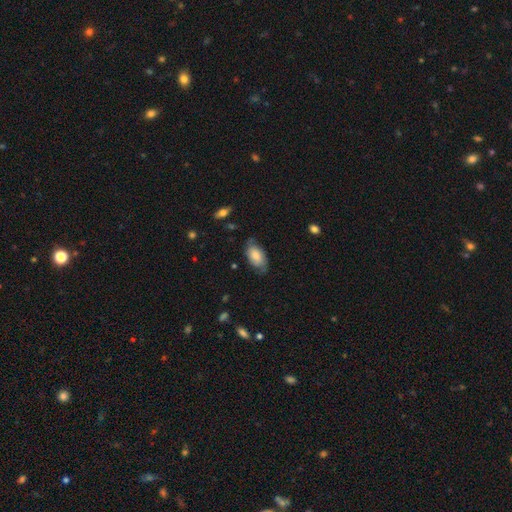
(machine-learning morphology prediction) This appears to be a smooth galaxy with no disk features (72%) that is in between round and cigar-shaped (94%). Merging: none (66%).